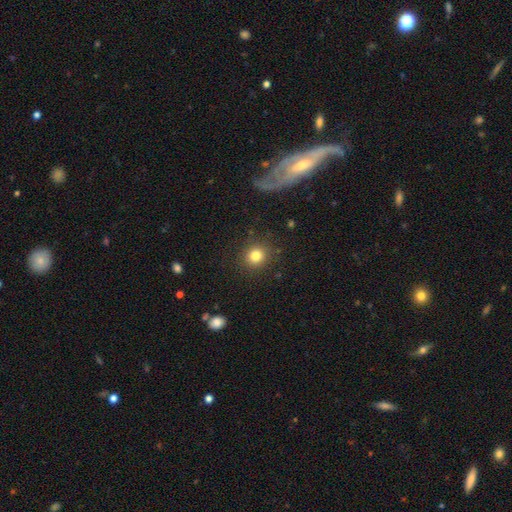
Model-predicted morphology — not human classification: Q: Smooth or featured?
A: smooth (82%); runner-up: star or artifact (12%)
Q: How rounded?
A: round (88%); runner-up: in between (12%)
Q: Merging?
A: none (88%); runner-up: minor disturbance (7%)